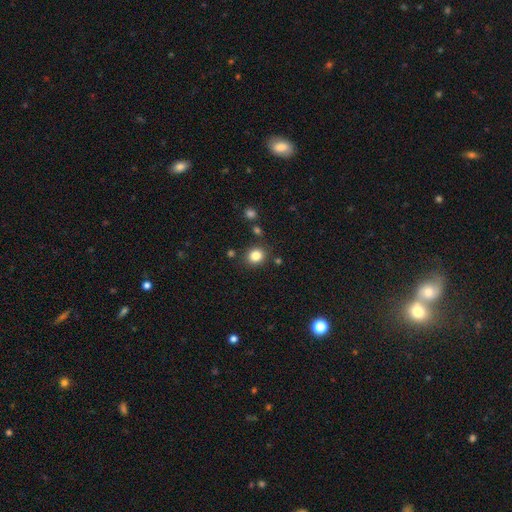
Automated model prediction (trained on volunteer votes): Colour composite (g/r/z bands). It shows a smooth galaxy with no disk features (84%) that is round (75%). Merging: none (84%).